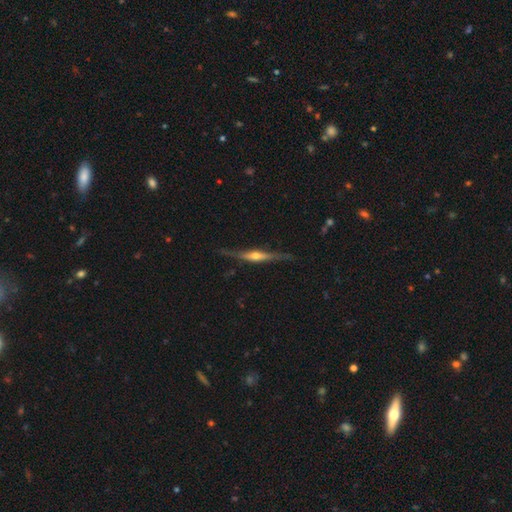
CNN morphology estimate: Smooth or featured? featured or disk (75%)
Edge-on disk? yes (96%)
Edge-on bulge? rounded (86%)
Merging? none (81%)